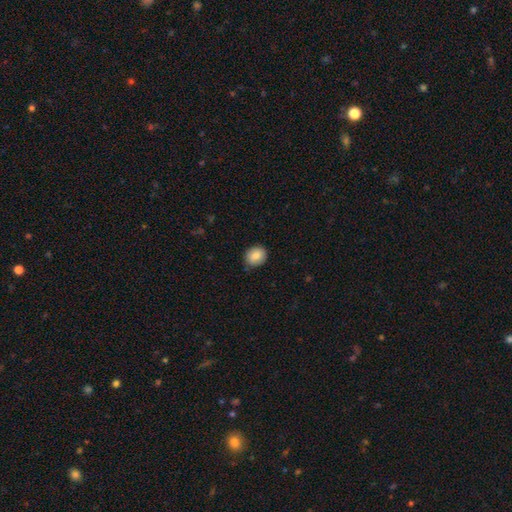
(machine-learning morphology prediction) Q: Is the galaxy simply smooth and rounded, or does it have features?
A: smooth — 84%.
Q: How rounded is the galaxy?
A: round — 71%.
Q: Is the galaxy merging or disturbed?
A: none — 84%.